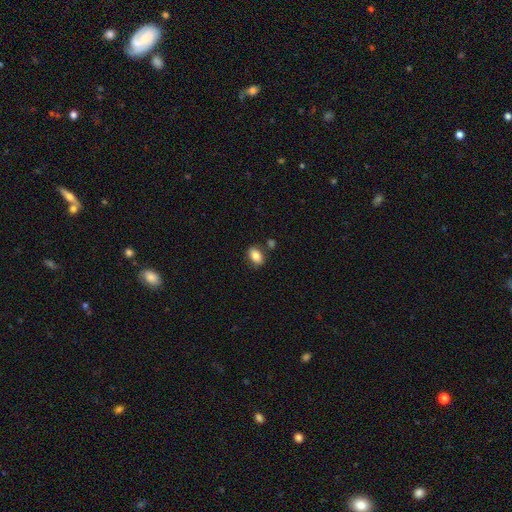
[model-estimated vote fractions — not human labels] Q: Smooth or featured?
A: smooth (84%); runner-up: star or artifact (8%)
Q: How rounded?
A: in between (86%); runner-up: round (12%)
Q: Merging?
A: none (79%); runner-up: minor disturbance (11%)